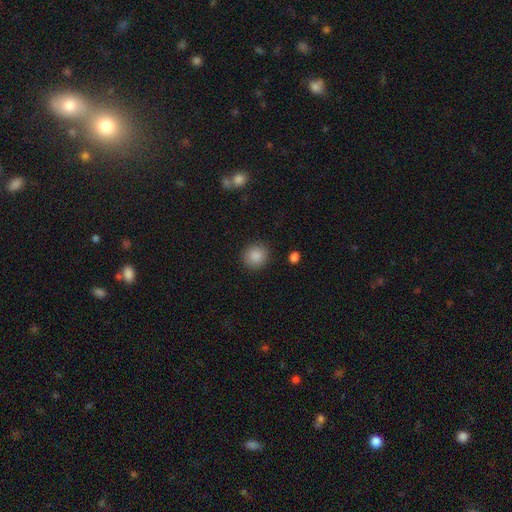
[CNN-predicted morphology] Smooth or featured? Predicted: smooth (p=0.88). How rounded? Predicted: round (p=0.88). Merging? Predicted: none (p=0.90).